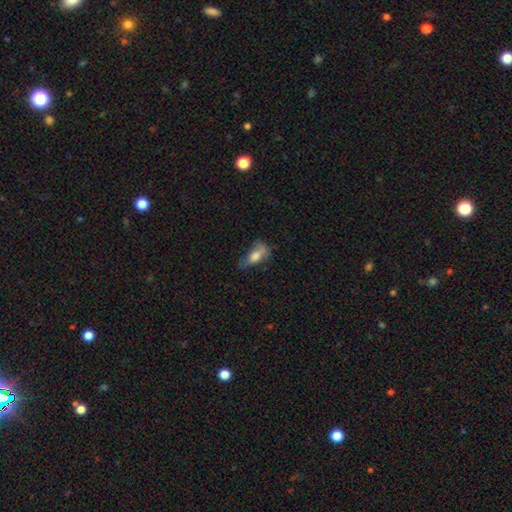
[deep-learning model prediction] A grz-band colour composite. It shows a smooth galaxy with no disk features (72%) that is in between round and cigar-shaped (80%). Merging: none (41%).